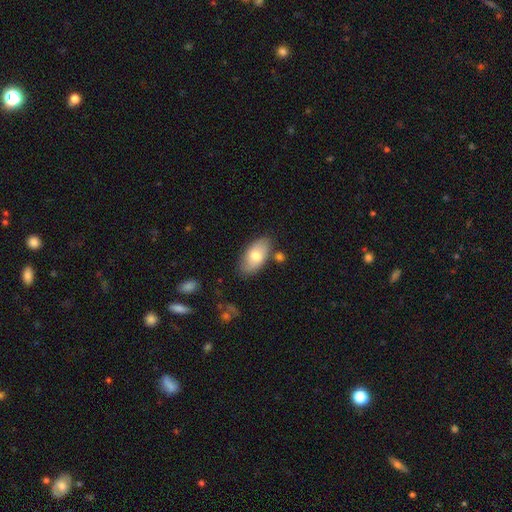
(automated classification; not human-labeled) The model was most divided on "smooth or featured": smooth: 74%, featured or disk: 20%, star or artifact: 6%. More confident: how rounded — in between (94%); merging — none (76%).